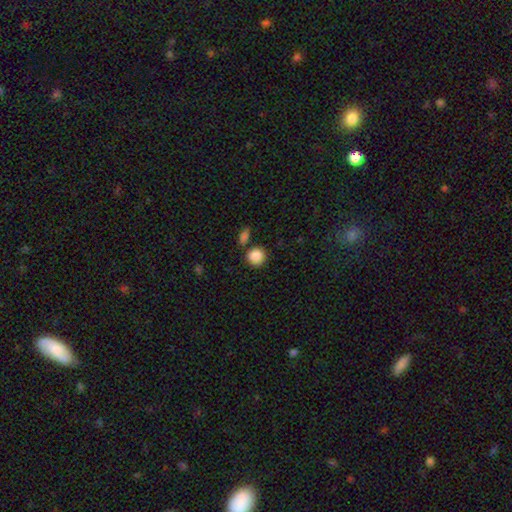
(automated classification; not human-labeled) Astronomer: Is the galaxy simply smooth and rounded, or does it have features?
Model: smooth — 88%.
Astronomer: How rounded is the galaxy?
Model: round — 84%.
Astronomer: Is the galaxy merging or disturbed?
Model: none — 71%.